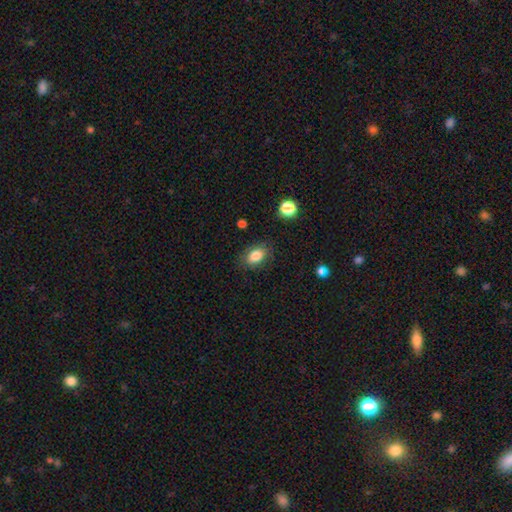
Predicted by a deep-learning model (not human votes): smooth 83%, star or artifact 9%, featured or disk 8%. Down the decision tree: how rounded — in between (85%); merging — none (82%).